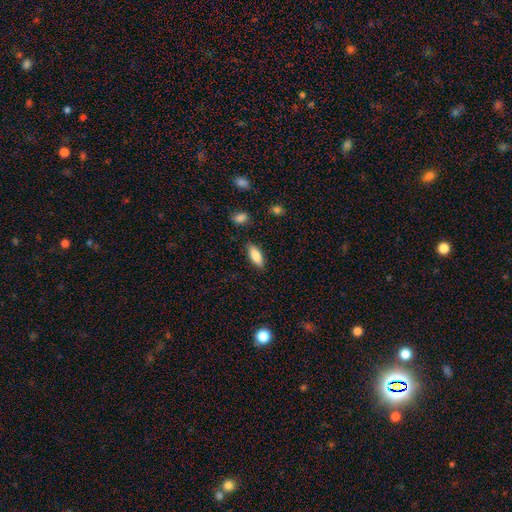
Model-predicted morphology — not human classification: Q: Smooth or featured?
A: smooth (83%); runner-up: featured or disk (10%)
Q: How rounded?
A: in between (74%); runner-up: cigar-shaped (24%)
Q: Merging?
A: none (85%); runner-up: minor disturbance (11%)